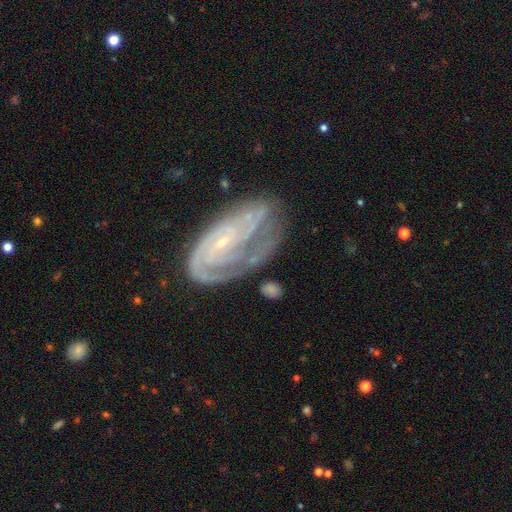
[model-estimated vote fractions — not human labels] This appears to be a featured or disk galaxy (84%) with no bar (63%), 2 (37%) tight (65%) spiral arms (94%) and a small central bulge (85%). Merging: none (56%).